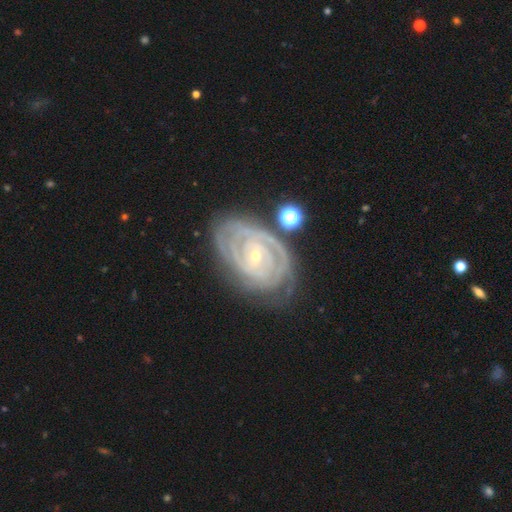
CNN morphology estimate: smooth-or-featured: featured or disk: 89% | star or artifact: 6% | smooth: 5%
  disk-edge-on: no: 97% | yes: 3%
    bar: no: 60% | weak: 27% | strong: 13%
    has-spiral-arms: yes: 97% | no: 3%
      spiral-winding: tight: 83% | medium: 14% | loose: 3%
      spiral-arm-count: 2: 29% | can't tell: 25% | 3: 21% | 4: 12% | more than 4: 7% | 1: 6%
    bulge-size: small: 77% | moderate: 20% | large: 1% | none: 1% | dominant: 1%
  merging: none: 68% | minor disturbance: 20% | major disturbance: 7% | merger: 4%